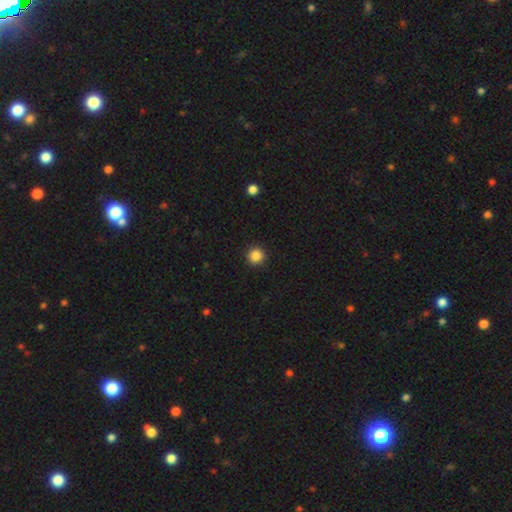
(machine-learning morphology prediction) Smooth or featured: smooth — 86% (star or artifact — 11%)
How rounded: round — 96% (in between — 3%)
Merging: none — 93% (minor disturbance — 5%)